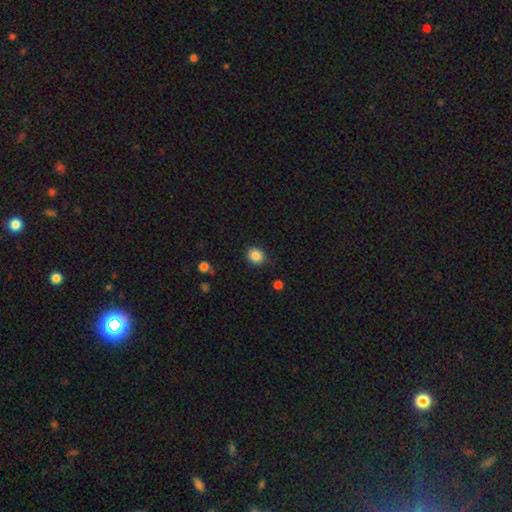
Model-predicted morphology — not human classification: A smooth galaxy with no disk features (87%) that is round (68%).

Vote fractions:
- Smooth or featured? smooth: 87% / star or artifact: 10% / featured or disk: 4%
- How rounded? round: 68% / in between: 31% / cigar-shaped: 1%
- Merging? none: 87% / minor disturbance: 9% / major disturbance: 2% / merger: 1%